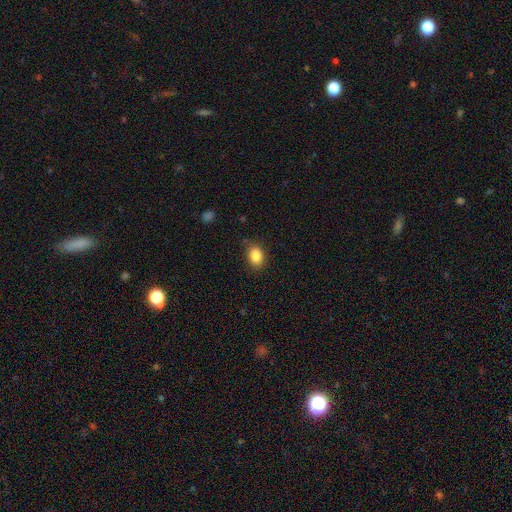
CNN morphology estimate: A smooth galaxy with no disk features (86%) that is in between round and cigar-shaped (76%).

Vote fractions:
- Smooth or featured? smooth: 86% / star or artifact: 9% / featured or disk: 5%
- How rounded? in between: 76% / round: 22% / cigar-shaped: 1%
- Merging? none: 84% / minor disturbance: 11% / major disturbance: 3% / merger: 1%